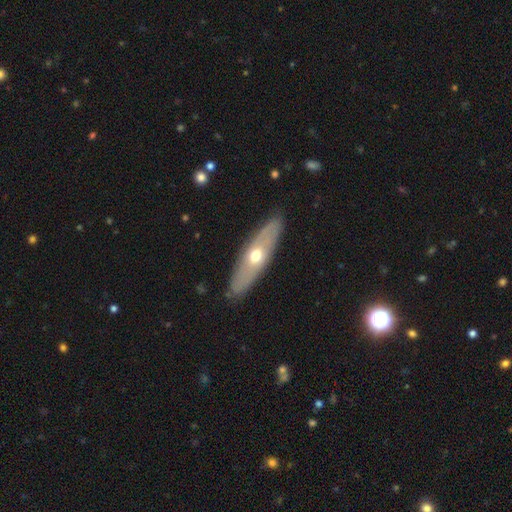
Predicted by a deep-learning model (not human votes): A featured or disk galaxy (54%) viewed edge-on (59%). Merging: none (89%).